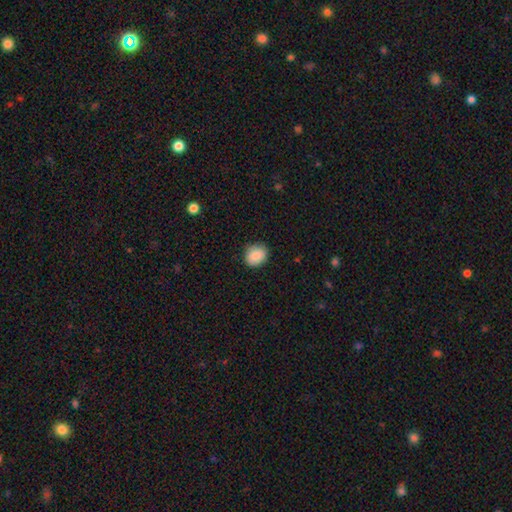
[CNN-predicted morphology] Overall: smooth (88%). How rounded: round (65%; in between 34%). Merging: none (86%).